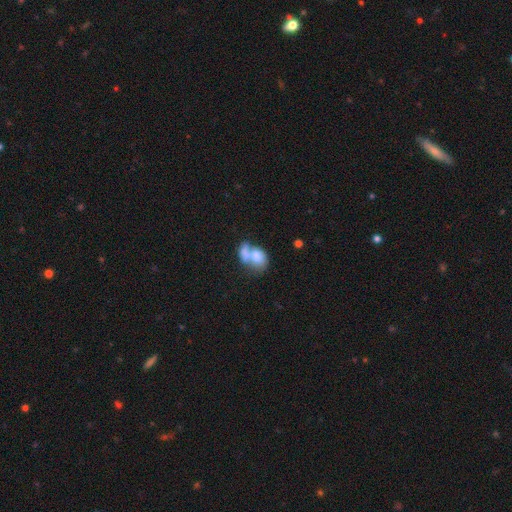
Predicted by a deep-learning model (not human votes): Morphology: type=smooth (70%); roundness=in between (71%); merging=merger (70%).